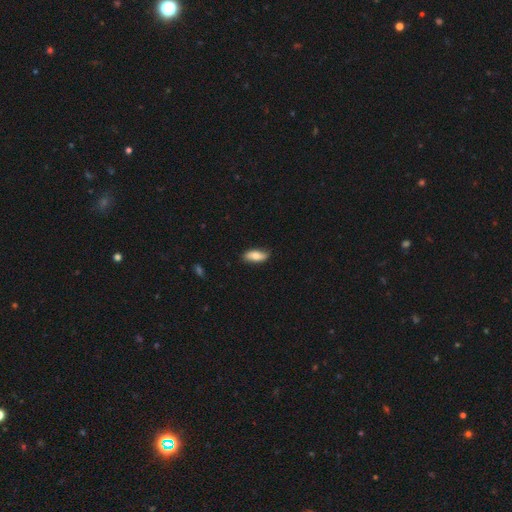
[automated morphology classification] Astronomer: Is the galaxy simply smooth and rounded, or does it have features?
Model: smooth — 76%.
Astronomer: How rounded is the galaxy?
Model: in between — 80%.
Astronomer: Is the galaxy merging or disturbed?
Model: none — 82%.